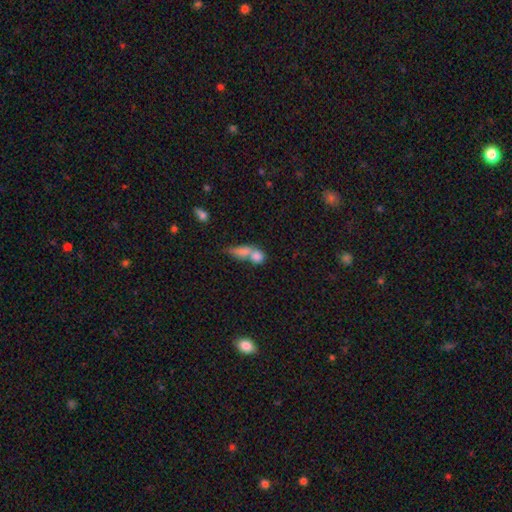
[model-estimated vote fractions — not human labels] This appears to be a smooth galaxy with no disk features (76%) that is in between round and cigar-shaped (44%). Merging: merger (64%).